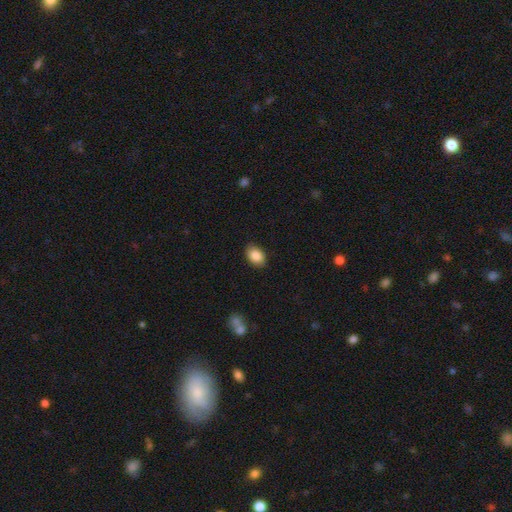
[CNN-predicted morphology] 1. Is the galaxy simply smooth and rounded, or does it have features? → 88% smooth, 7% star or artifact, 5% featured or disk.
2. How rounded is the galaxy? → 83% in between, 15% round, 1% cigar-shaped.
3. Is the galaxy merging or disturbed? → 86% none, 11% minor disturbance, 2% major disturbance, 1% merger.